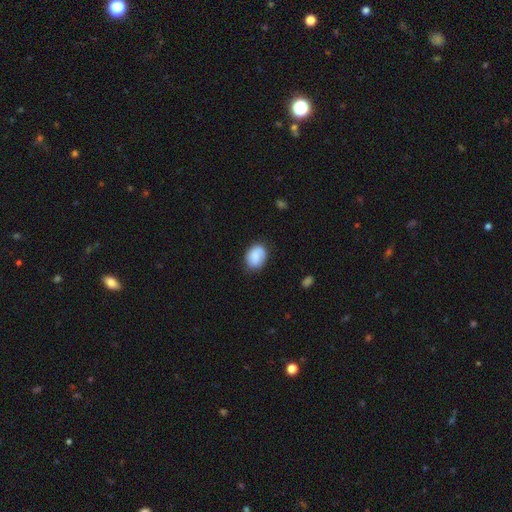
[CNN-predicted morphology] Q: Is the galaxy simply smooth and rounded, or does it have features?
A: smooth — 75%.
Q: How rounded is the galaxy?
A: in between — 59%.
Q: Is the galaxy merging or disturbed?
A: none — 76%.